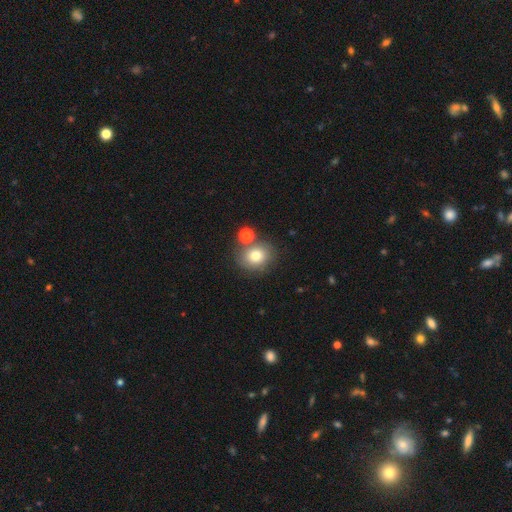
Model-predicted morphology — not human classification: Smooth or featured? Predicted: smooth (p=0.76). How rounded? Predicted: round (p=0.76). Merging? Predicted: none (p=0.69).